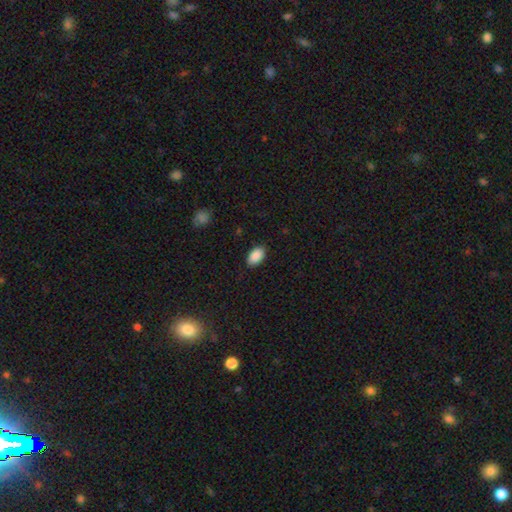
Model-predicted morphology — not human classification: A smooth galaxy with no disk features (90%) that is in between round and cigar-shaped (94%).

Vote fractions:
- Smooth or featured? smooth: 90% / star or artifact: 7% / featured or disk: 3%
- How rounded? in between: 94% / round: 5% / cigar-shaped: 1%
- Merging? none: 85% / minor disturbance: 11% / major disturbance: 2% / merger: 1%